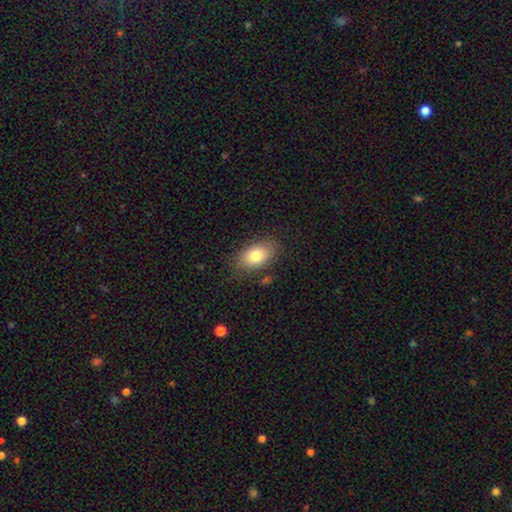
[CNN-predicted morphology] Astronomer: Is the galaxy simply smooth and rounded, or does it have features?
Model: smooth — 80%.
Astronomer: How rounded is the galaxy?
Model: in between — 88%.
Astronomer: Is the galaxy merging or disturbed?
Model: none — 80%.